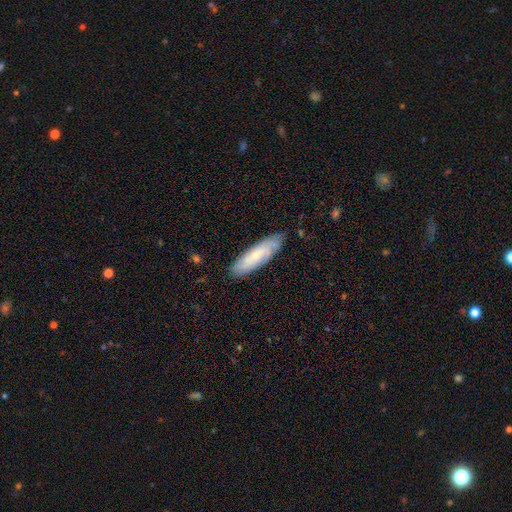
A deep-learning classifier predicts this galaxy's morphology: Smooth or featured?
  - smooth: 57% *
  - featured or disk: 36%
  - star or artifact: 6%
How rounded?
  - cigar-shaped: 60% *
  - in between: 38%
  - round: 1%
Merging?
  - none: 80% *
  - minor disturbance: 16%
  - major disturbance: 3%
  - merger: 1%